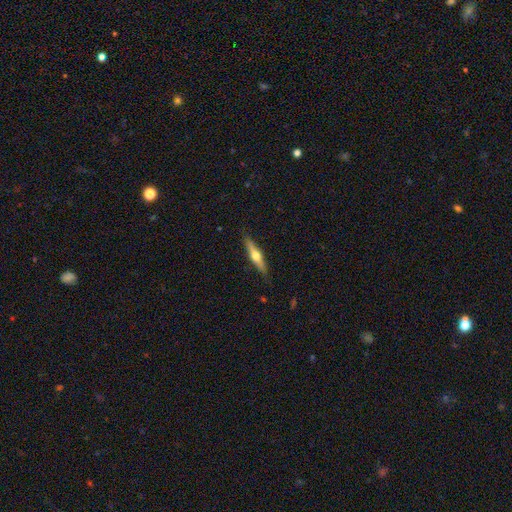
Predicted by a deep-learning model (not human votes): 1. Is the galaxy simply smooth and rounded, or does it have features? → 59% featured or disk, 36% smooth, 5% star or artifact.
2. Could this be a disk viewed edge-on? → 95% yes, 5% no.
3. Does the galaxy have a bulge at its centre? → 93% rounded, 4% none, 3% boxy.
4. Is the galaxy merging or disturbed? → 88% none, 9% minor disturbance, 2% major disturbance, 1% merger.